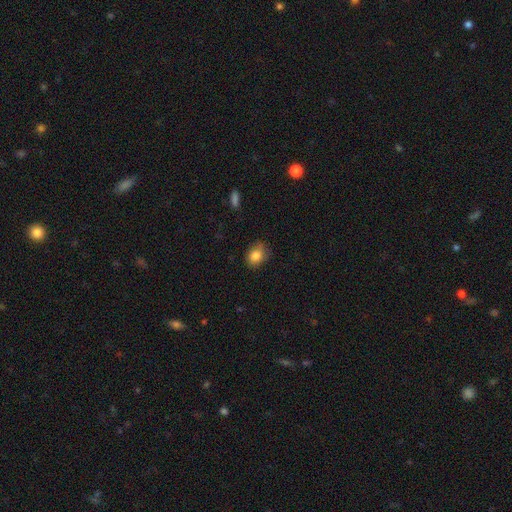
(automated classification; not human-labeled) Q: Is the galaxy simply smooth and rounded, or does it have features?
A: smooth — 84%.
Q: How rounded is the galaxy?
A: in between — 58%.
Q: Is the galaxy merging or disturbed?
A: none — 74%.